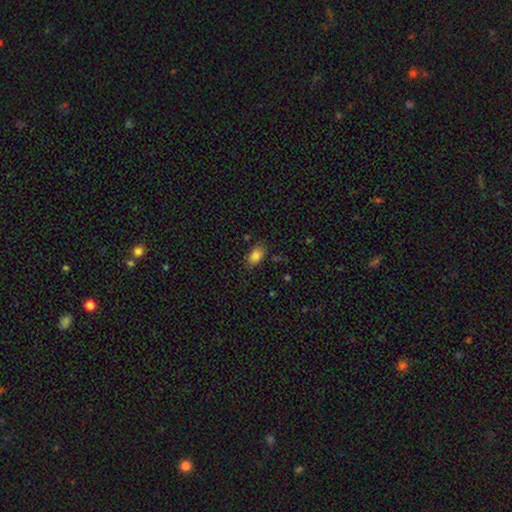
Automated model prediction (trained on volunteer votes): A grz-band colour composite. It shows a smooth galaxy with no disk features (84%) that is in between round and cigar-shaped (87%). Merging: none (78%).